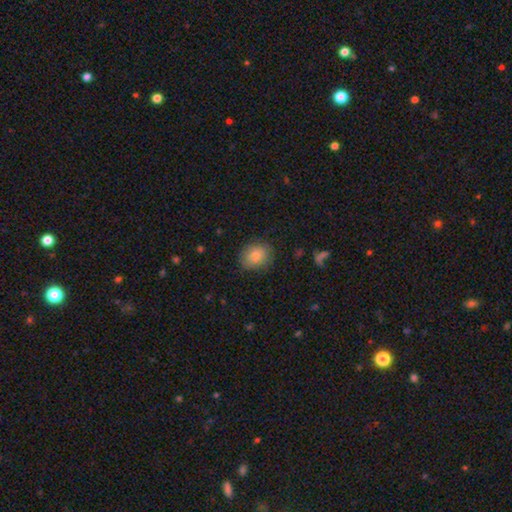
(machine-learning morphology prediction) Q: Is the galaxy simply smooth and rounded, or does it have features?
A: smooth — 83%.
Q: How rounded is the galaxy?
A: round — 63%.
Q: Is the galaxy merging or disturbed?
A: none — 83%.